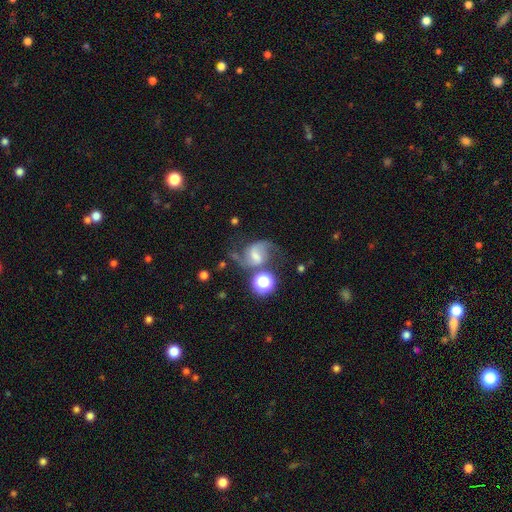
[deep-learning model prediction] smooth_or_featured: featured or disk (p=0.77) [alt: star or artifact p=0.11]
disk_edge_on: no (p=0.98) [alt: yes p=0.02]
bar: weak (p=0.52) [alt: no p=0.27]
has_spiral_arms: yes (p=0.96) [alt: no p=0.04]
spiral_winding: loose (p=0.48) [alt: medium p=0.43]
spiral_arm_count: 2 (p=0.91) [alt: can't tell p=0.03]
bulge_size: moderate (p=0.39) [alt: small p=0.35]
merging: none (p=0.59) [alt: minor disturbance p=0.17]